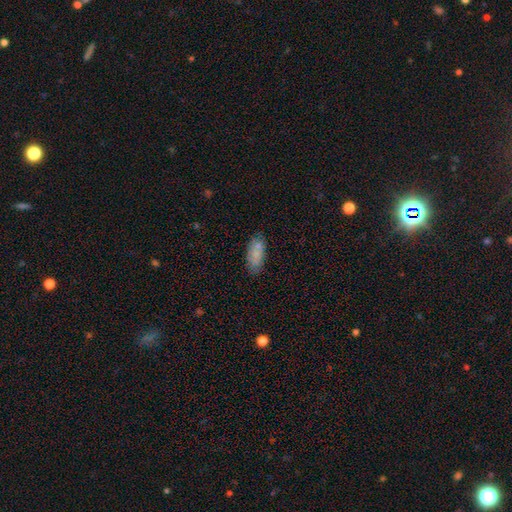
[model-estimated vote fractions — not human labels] Overall: smooth (76%). How rounded: in between (89%). Merging: none (70%).